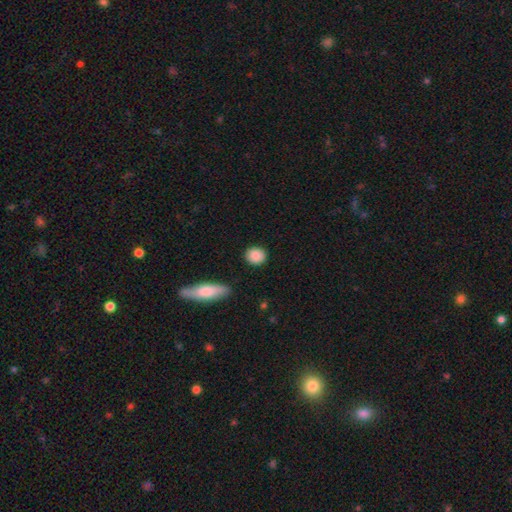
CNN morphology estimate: Q: Smooth or featured?
A: smooth (88%); runner-up: star or artifact (7%)
Q: How rounded?
A: round (79%); runner-up: in between (19%)
Q: Merging?
A: none (89%); runner-up: minor disturbance (8%)